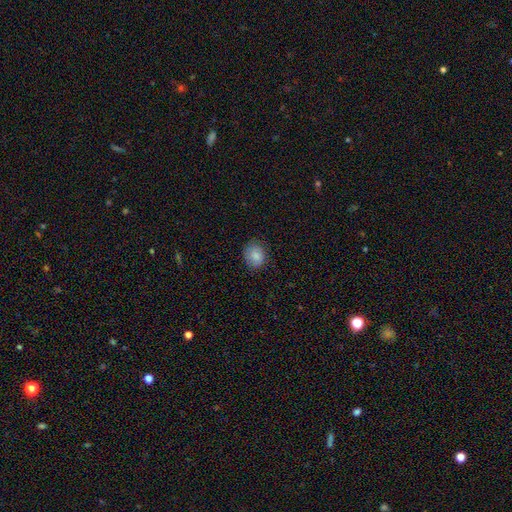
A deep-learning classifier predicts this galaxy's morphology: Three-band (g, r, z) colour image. It shows a smooth galaxy with no disk features (86%) that is round (62%). Merging: none (81%).